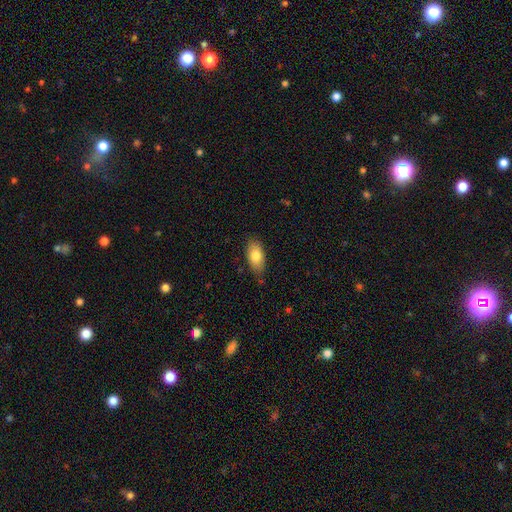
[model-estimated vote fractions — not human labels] Smooth or featured?
  - smooth: 79% *
  - featured or disk: 14%
  - star or artifact: 7%
How rounded?
  - in between: 91% *
  - cigar-shaped: 5%
  - round: 4%
Merging?
  - none: 79% *
  - minor disturbance: 16%
  - major disturbance: 3%
  - merger: 1%